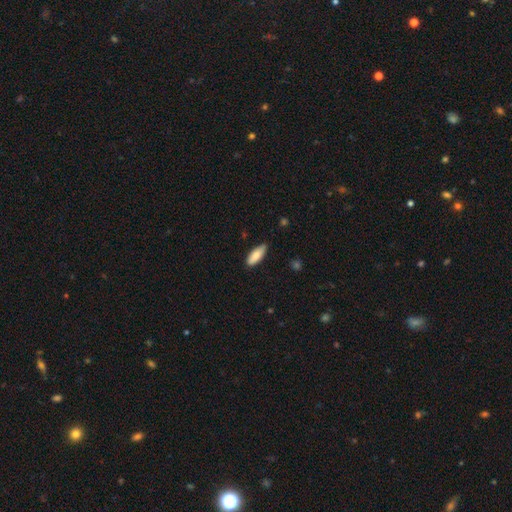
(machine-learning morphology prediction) Smooth or featured?
  - smooth: 83% *
  - featured or disk: 11%
  - star or artifact: 6%
How rounded?
  - in between: 72% *
  - cigar-shaped: 26%
  - round: 2%
Merging?
  - none: 81% *
  - minor disturbance: 16%
  - major disturbance: 2%
  - merger: 1%